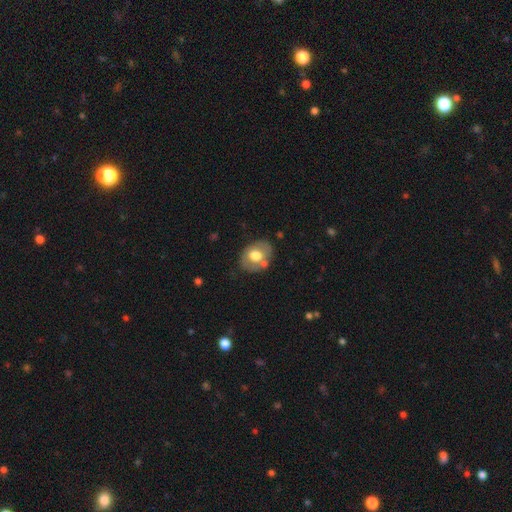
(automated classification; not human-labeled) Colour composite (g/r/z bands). It shows a smooth galaxy with no disk features (59%) that is in between round and cigar-shaped (59%). Merging: none (70%).